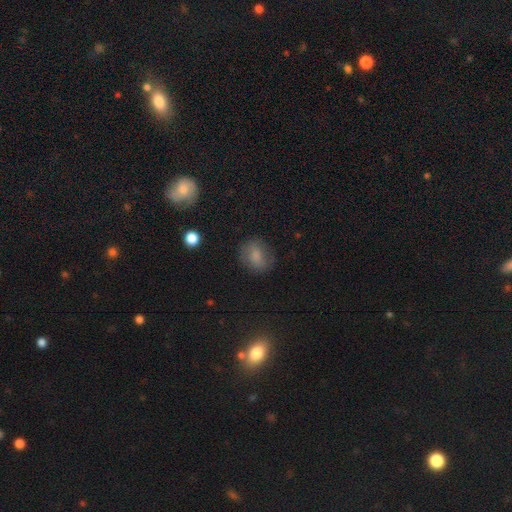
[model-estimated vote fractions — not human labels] Morphology: type=smooth (77%); roundness=round (54%); merging=none (76%).